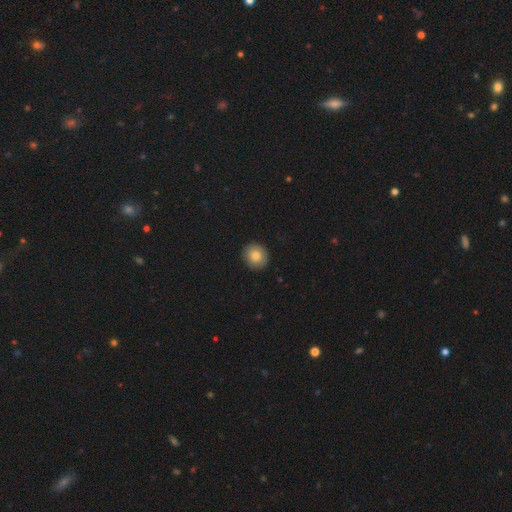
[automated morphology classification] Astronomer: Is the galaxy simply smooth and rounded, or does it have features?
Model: smooth — 82%.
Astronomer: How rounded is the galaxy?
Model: round — 83%.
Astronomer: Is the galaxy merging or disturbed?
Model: none — 90%.